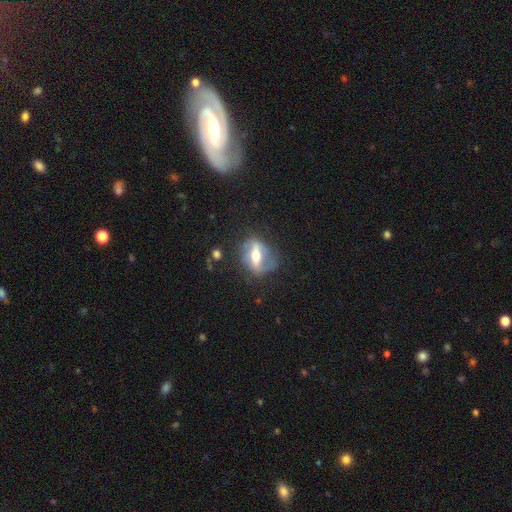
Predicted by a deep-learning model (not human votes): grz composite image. It shows a featured or disk galaxy (66%). Merging: none (64%).